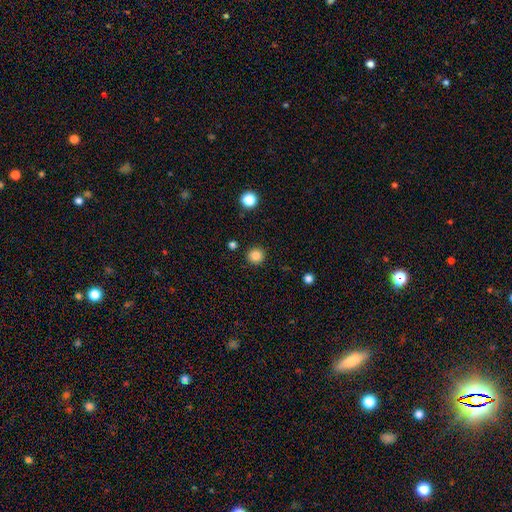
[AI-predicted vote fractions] Q: Smooth or featured?
A: smooth (85%); runner-up: star or artifact (11%)
Q: How rounded?
A: round (93%); runner-up: in between (6%)
Q: Merging?
A: none (91%); runner-up: minor disturbance (5%)